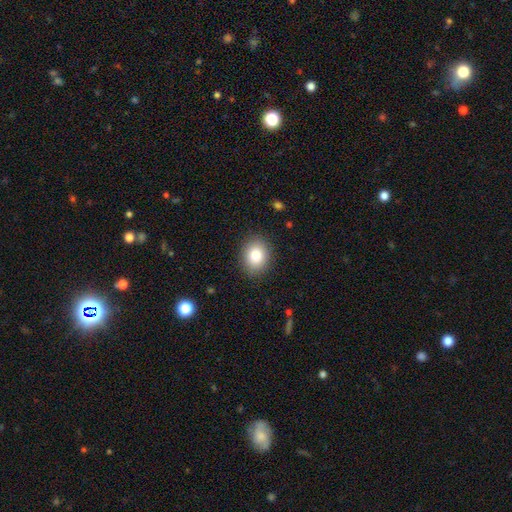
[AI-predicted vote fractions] Smooth or featured? smooth (82%)
How rounded? in between (54%)
Merging? none (88%)